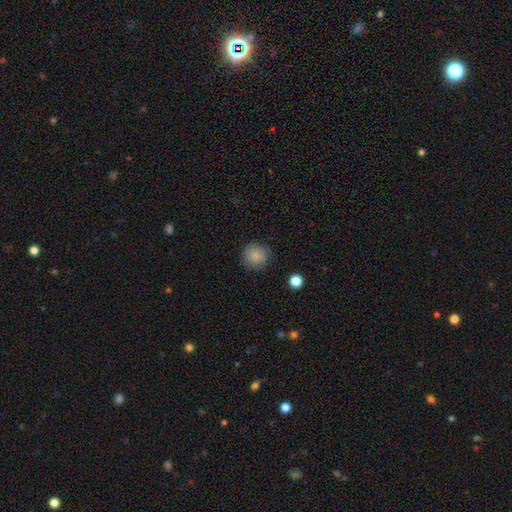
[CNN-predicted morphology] type=smooth (85%); roundness=round (93%); merging=none (85%).